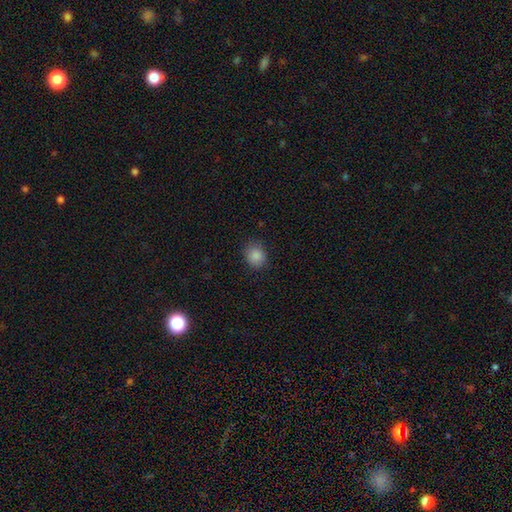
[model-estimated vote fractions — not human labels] A smooth galaxy with no disk features (87%) that is round (69%). Merging: none (83%).